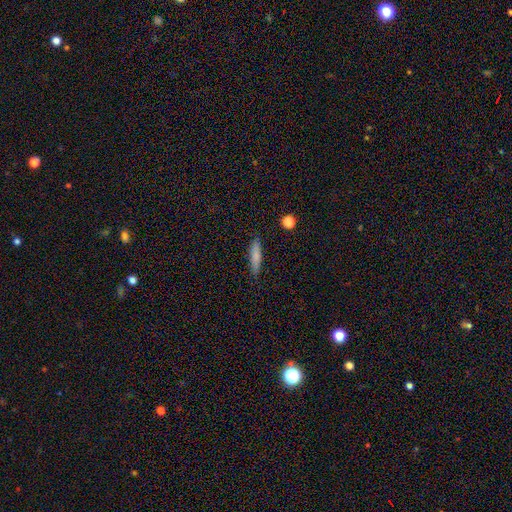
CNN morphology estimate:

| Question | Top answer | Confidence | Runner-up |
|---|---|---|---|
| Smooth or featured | smooth | 77% | featured or disk (16%) |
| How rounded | cigar-shaped | 79% | in between (19%) |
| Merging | none | 88% | minor disturbance (9%) |